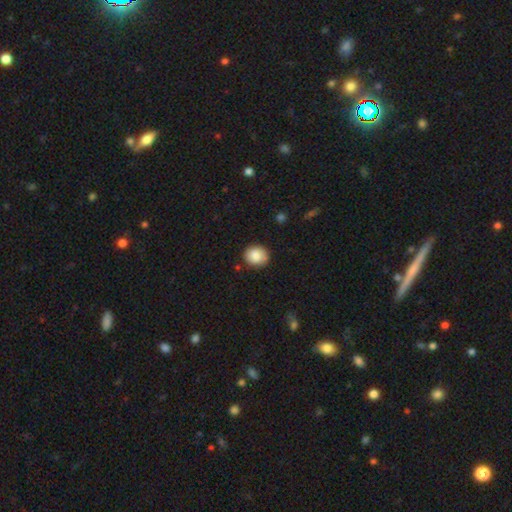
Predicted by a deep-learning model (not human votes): smooth 86%, star or artifact 8%, featured or disk 7%. Down the decision tree: how rounded — round (74%); merging — none (82%).